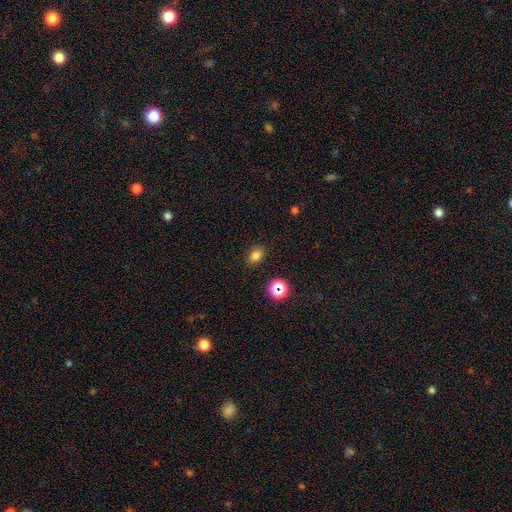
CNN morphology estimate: A smooth galaxy with no disk features (78%) that is in between round and cigar-shaped (67%). Merging: none (85%).